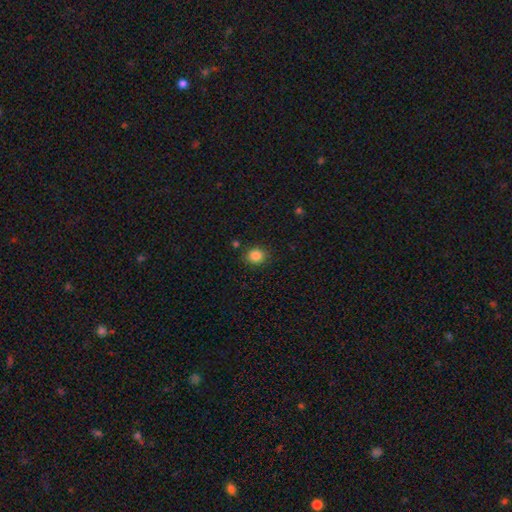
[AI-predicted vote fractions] Morphology: type=smooth (85%); roundness=round (72%); merging=none (87%).